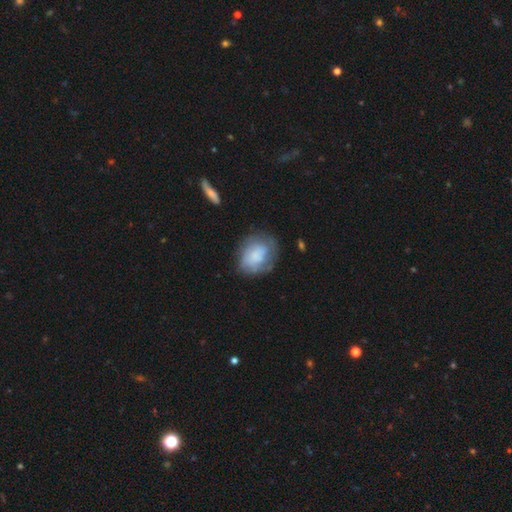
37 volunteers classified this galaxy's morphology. featured or disk 51%, smooth 43%, star or artifact 5%. Down the decision tree: edge-on disk — no (100%); bar — no (68%); spiral arms — no (53%); bulge size — none (53%); merging — none (74%).